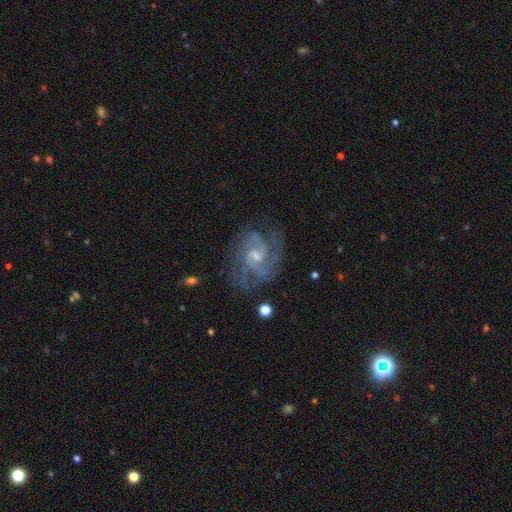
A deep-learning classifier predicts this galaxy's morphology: Q: Smooth or featured?
A: featured or disk (88%); runner-up: star or artifact (7%)
Q: Edge-on disk?
A: no (98%); runner-up: yes (2%)
Q: Bar?
A: weak (50%); runner-up: no (41%)
Q: Spiral arms?
A: yes (97%); runner-up: no (3%)
Q: Spiral winding?
A: medium (47%); runner-up: tight (42%)
Q: Spiral arm count?
A: 2 (39%); runner-up: 3 (26%)
Q: Bulge size?
A: small (51%); runner-up: moderate (39%)
Q: Merging?
A: none (71%); runner-up: minor disturbance (17%)